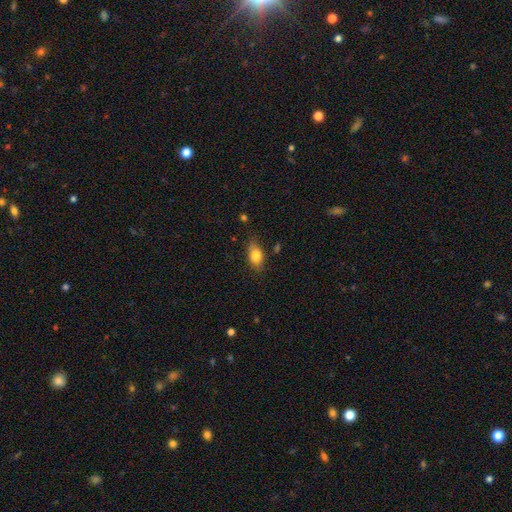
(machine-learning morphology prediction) This is clearly a smooth galaxy (81%). How rounded: clearly in between (85%). Merging: likely none (73%).